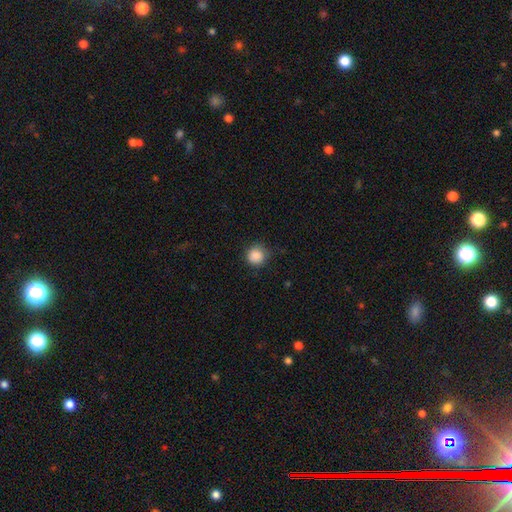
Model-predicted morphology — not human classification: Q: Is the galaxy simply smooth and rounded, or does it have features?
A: smooth — 88%.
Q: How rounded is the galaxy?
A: round — 91%.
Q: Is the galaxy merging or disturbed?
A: none — 79%.